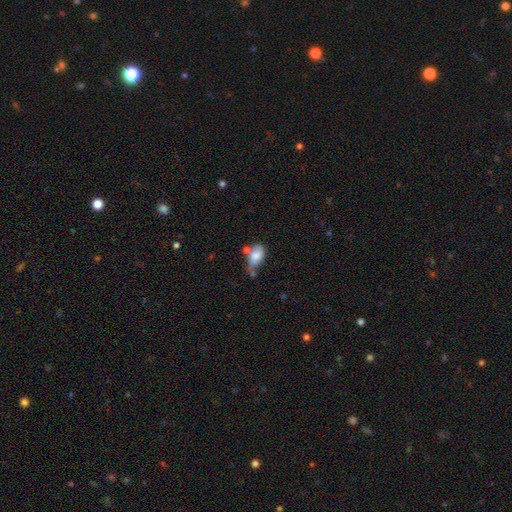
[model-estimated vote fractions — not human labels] Smooth or featured? smooth (70%)
How rounded? in between (85%)
Merging? minor disturbance (28%)